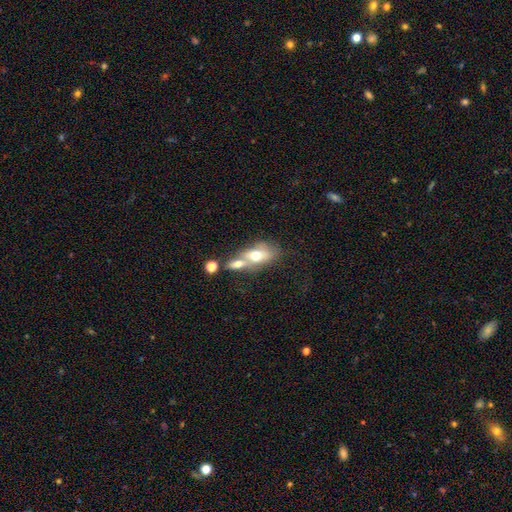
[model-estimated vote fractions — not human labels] A smooth galaxy with no disk features (60%) that is in between round and cigar-shaped (79%).

Vote fractions:
- Smooth or featured? smooth: 60% / featured or disk: 31% / star or artifact: 9%
- How rounded? in between: 79% / round: 13% / cigar-shaped: 8%
- Merging? merger: 53% / none: 27% / minor disturbance: 11% / major disturbance: 8%